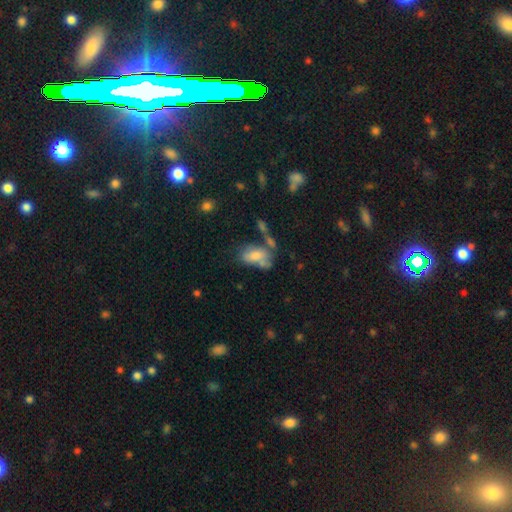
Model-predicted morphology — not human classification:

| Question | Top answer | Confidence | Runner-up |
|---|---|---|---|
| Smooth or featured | smooth | 69% | featured or disk (22%) |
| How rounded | in between | 90% | round (6%) |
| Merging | none | 32% | merger (30%) |